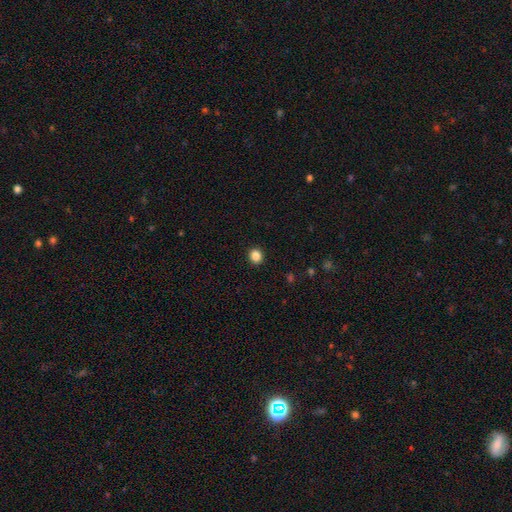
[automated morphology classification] Smooth or featured? smooth (85%)
How rounded? round (82%)
Merging? none (92%)